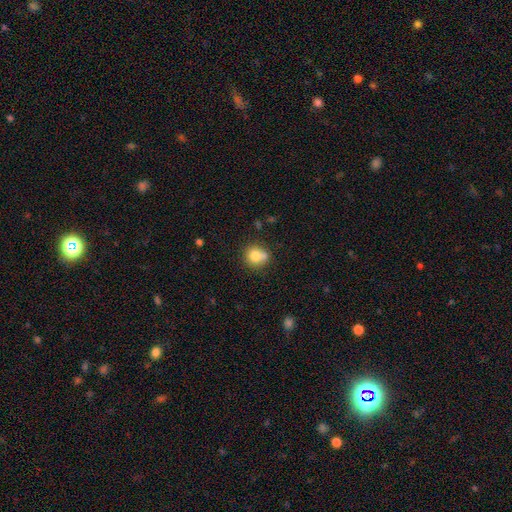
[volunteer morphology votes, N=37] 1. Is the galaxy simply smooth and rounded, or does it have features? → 78% smooth, 16% featured or disk, 5% star or artifact.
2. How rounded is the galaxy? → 93% round, 7% in between, 0% cigar-shaped.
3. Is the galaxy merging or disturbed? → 51% none, 34% merger, 11% minor disturbance, 3% major disturbance.